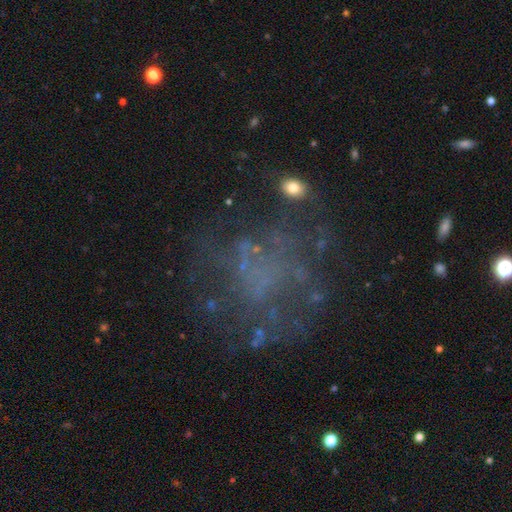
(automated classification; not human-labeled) featured or disk 50%, star or artifact 26%, smooth 25%. Down the decision tree: merging — none (60%).